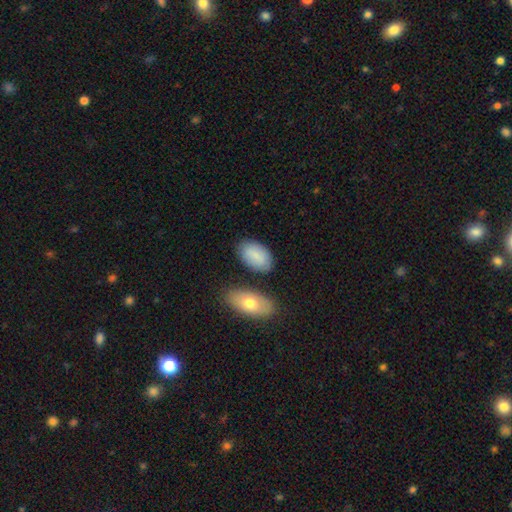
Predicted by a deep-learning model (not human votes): Morphology: type=smooth (83%); roundness=in between (94%); merging=none (72%).